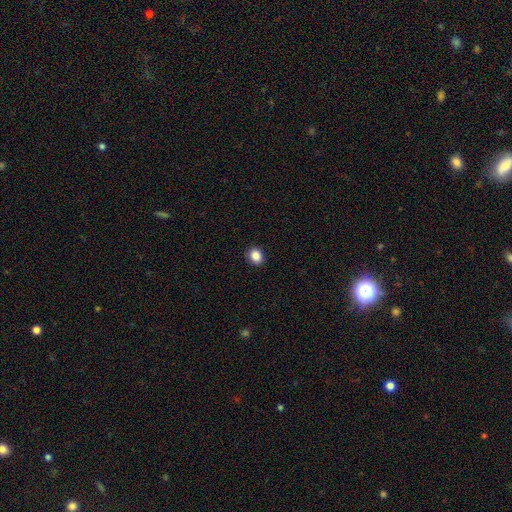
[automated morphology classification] Smooth or featured? smooth (87%)
How rounded? round (55%)
Merging? none (91%)